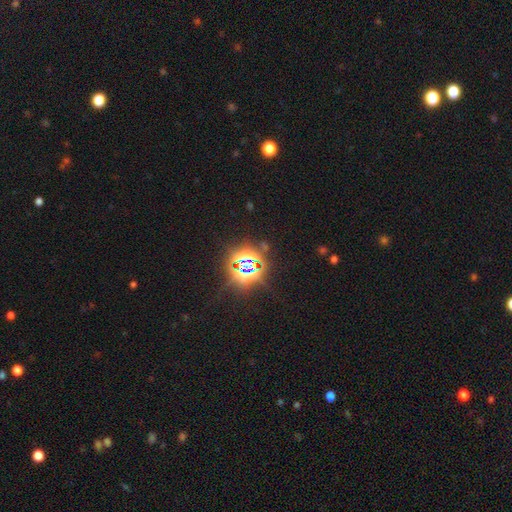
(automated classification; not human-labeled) smooth-or-featured: star or artifact: 84% | smooth: 10% | featured or disk: 6%